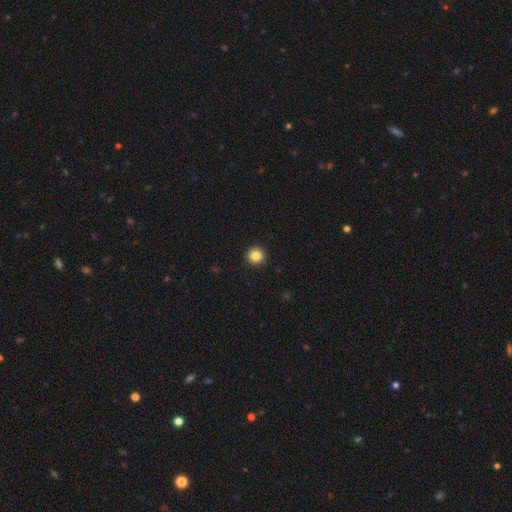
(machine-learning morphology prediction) smooth_or_featured: smooth (p=0.85) [alt: star or artifact p=0.11]
how_rounded: round (p=0.96) [alt: in between p=0.03]
merging: none (p=0.94) [alt: minor disturbance p=0.04]